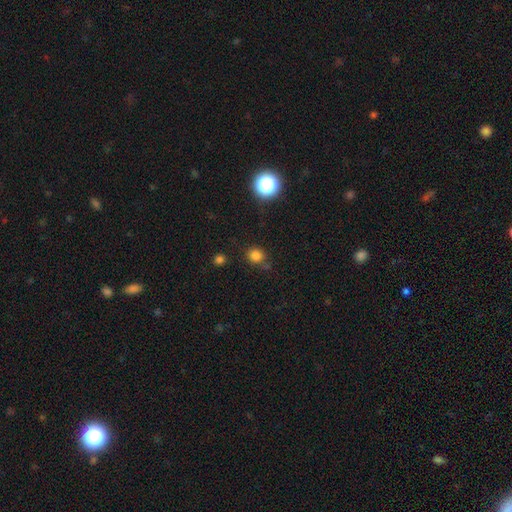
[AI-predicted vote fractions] smooth-or-featured: smooth: 80% | star or artifact: 16% | featured or disk: 5%
  how-rounded: round: 84% | in between: 15% | cigar-shaped: 1%
  merging: none: 75% | minor disturbance: 15% | merger: 6% | major disturbance: 4%